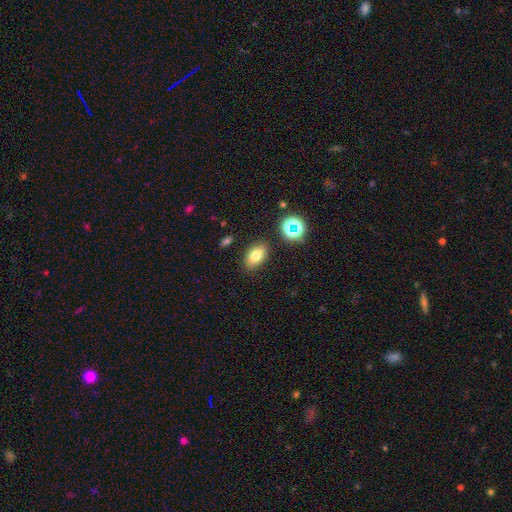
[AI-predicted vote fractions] This is likely a smooth galaxy (75%). How rounded: clearly in between (86%). Merging: clearly none (84%).